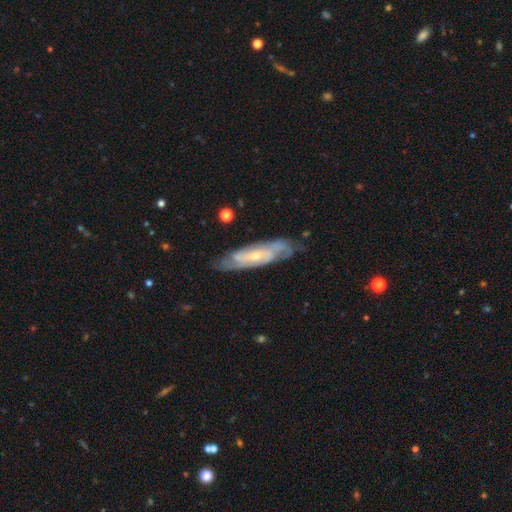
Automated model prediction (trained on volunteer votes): Smooth or featured? featured or disk (80%)
Edge-on disk? no (77%)
Bar? no (62%)
Spiral arms? yes (93%)
Spiral winding? tight (58%)
Spiral arm count? can't tell (38%)
Bulge size? small (65%)
Merging? none (76%)